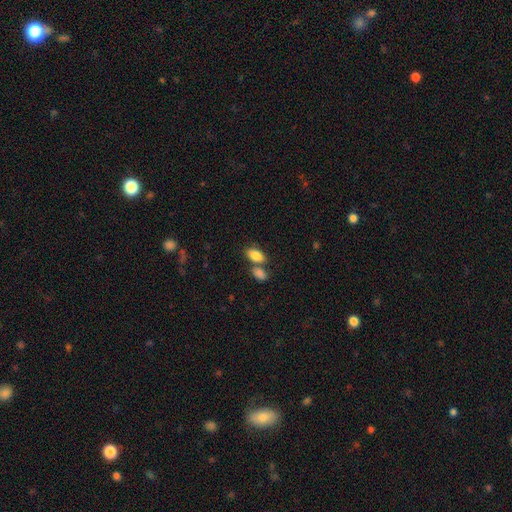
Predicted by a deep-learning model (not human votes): smooth-or-featured: smooth: 85% | star or artifact: 7% | featured or disk: 7%
  how-rounded: in between: 91% | round: 6% | cigar-shaped: 4%
  merging: none: 51% | merger: 34% | minor disturbance: 11% | major disturbance: 4%